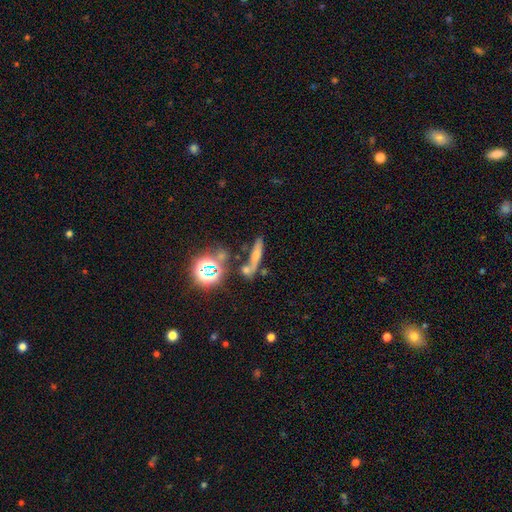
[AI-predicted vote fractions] Smooth or featured? Predicted: smooth (p=0.49). Merging? Predicted: none (p=0.57).